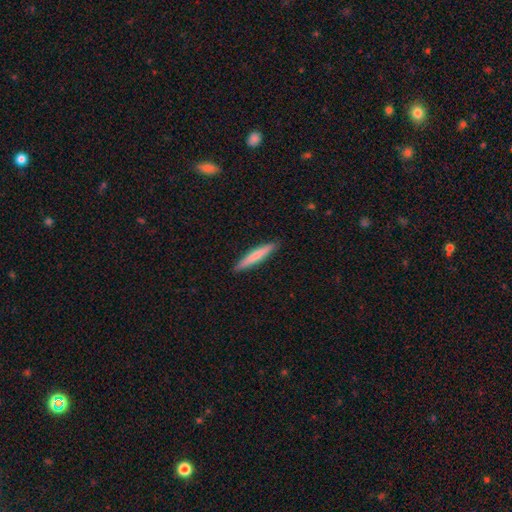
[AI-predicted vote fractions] Smooth or featured: smooth — 72% (featured or disk — 23%)
How rounded: cigar-shaped — 94% (in between — 4%)
Merging: none — 91% (minor disturbance — 6%)